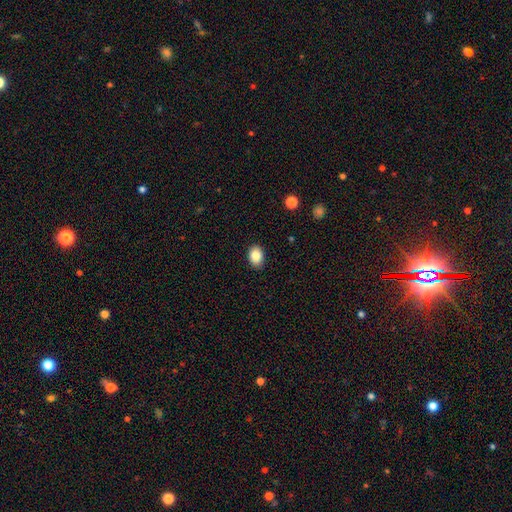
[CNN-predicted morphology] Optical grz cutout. It shows a smooth galaxy with no disk features (86%) that is in between round and cigar-shaped (78%). Merging: none (88%).